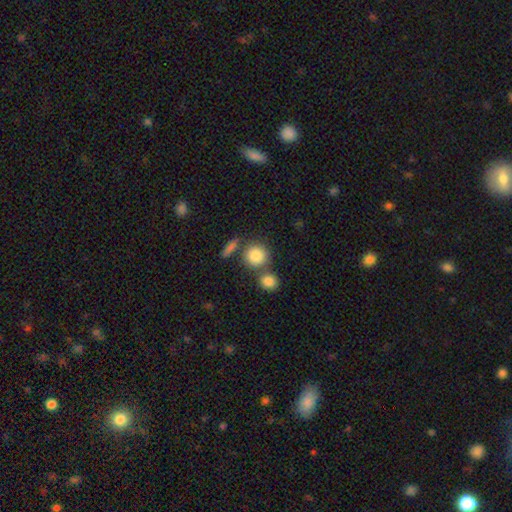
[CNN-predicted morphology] Q: Smooth or featured?
A: smooth (84%); runner-up: star or artifact (9%)
Q: How rounded?
A: round (86%); runner-up: in between (13%)
Q: Merging?
A: none (60%); runner-up: merger (27%)